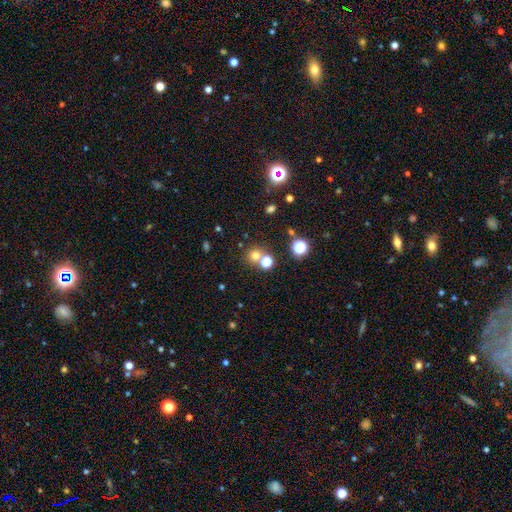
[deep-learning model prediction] Morphology: type=smooth (68%); roundness=round (89%); merging=none (66%).